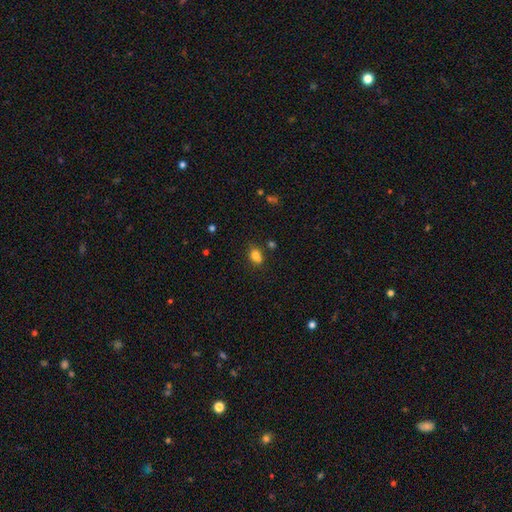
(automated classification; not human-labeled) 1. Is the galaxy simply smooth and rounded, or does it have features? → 78% smooth, 13% star or artifact, 9% featured or disk.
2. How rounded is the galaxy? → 62% in between, 36% round, 2% cigar-shaped.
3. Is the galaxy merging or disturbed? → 54% none, 22% merger, 18% minor disturbance, 5% major disturbance.